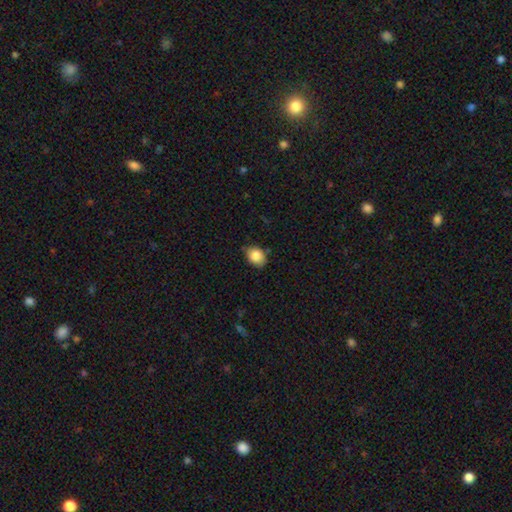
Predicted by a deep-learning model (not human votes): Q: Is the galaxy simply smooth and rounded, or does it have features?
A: smooth — 83%.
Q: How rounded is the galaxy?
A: in between — 61%.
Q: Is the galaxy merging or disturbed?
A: none — 69%.